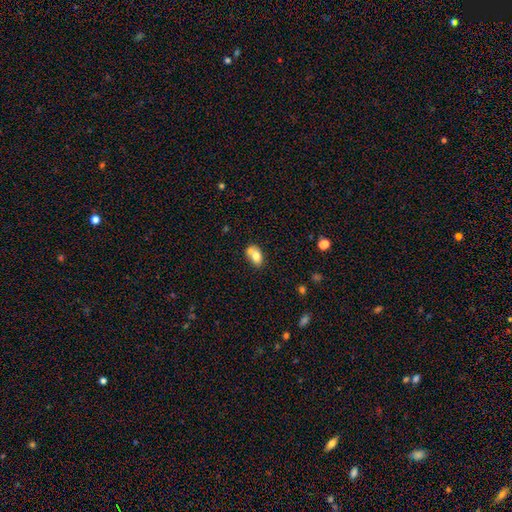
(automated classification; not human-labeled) A smooth galaxy with no disk features (73%) that is in between round and cigar-shaped (77%). Merging: merger (52%).